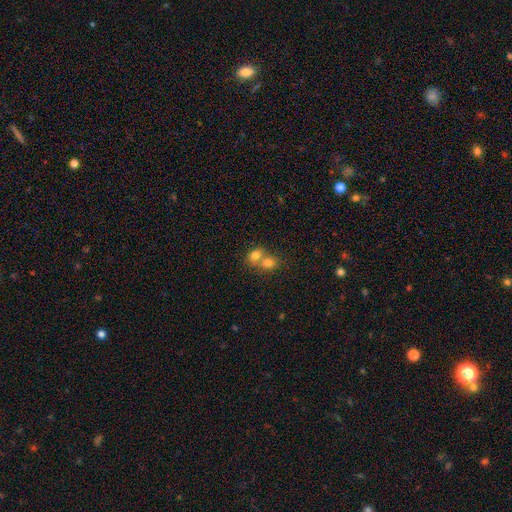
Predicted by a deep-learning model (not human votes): Smooth or featured? smooth (77%)
How rounded? round (51%)
Merging? merger (66%)